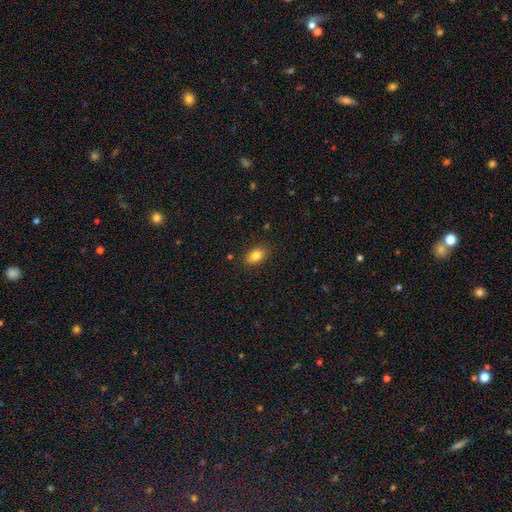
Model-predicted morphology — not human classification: smooth_or_featured: smooth (p=0.81) [alt: featured or disk p=0.10]
how_rounded: in between (p=0.87) [alt: round p=0.10]
merging: none (p=0.87) [alt: minor disturbance p=0.10]